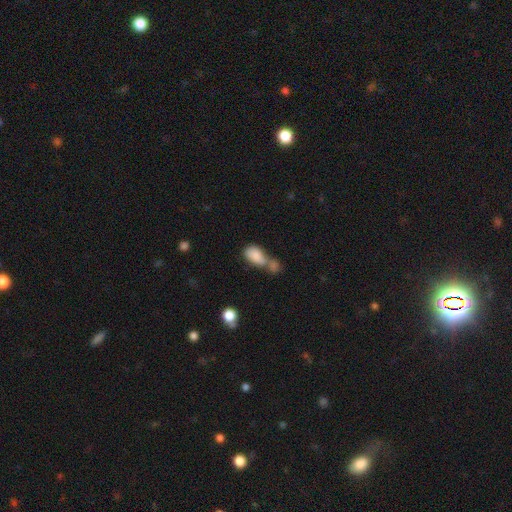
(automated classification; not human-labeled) smooth_or_featured: smooth (p=0.83) [alt: featured or disk p=0.09]
how_rounded: in between (p=0.87) [alt: round p=0.09]
merging: merger (p=0.63) [alt: none p=0.20]